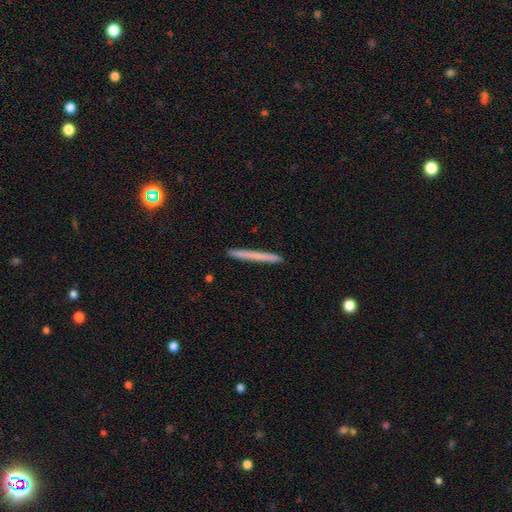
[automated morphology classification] Smooth or featured?
  - smooth: 62% *
  - featured or disk: 31%
  - star or artifact: 7%
How rounded?
  - cigar-shaped: 97% *
  - in between: 1%
  - round: 1%
Merging?
  - none: 92% *
  - minor disturbance: 5%
  - major disturbance: 1%
  - merger: 1%